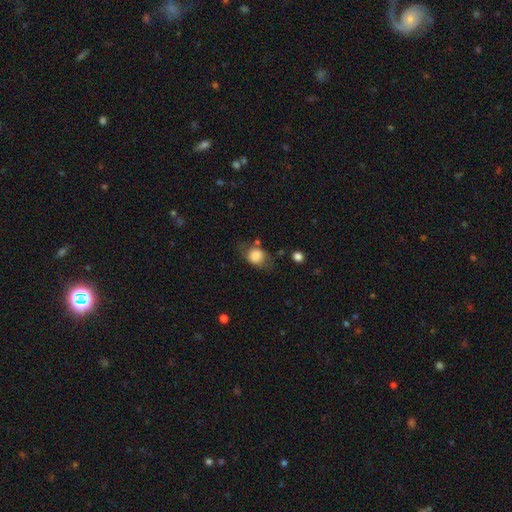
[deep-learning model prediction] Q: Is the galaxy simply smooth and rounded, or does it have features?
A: smooth — 78%.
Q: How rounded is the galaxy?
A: in between — 52%.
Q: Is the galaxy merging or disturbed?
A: none — 58%.